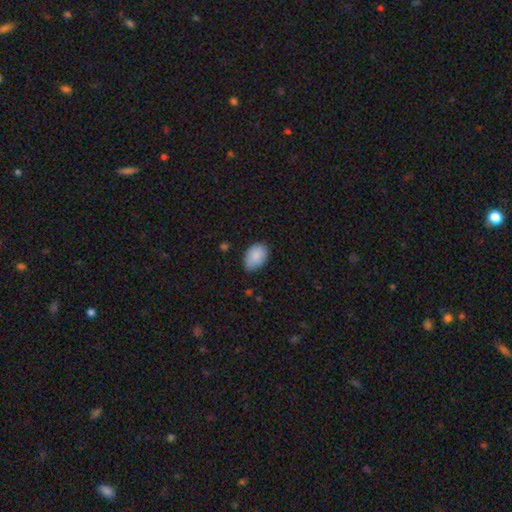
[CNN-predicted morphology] This appears to be a smooth galaxy with no disk features (87%) that is in between round and cigar-shaped (89%). Merging: none (74%).